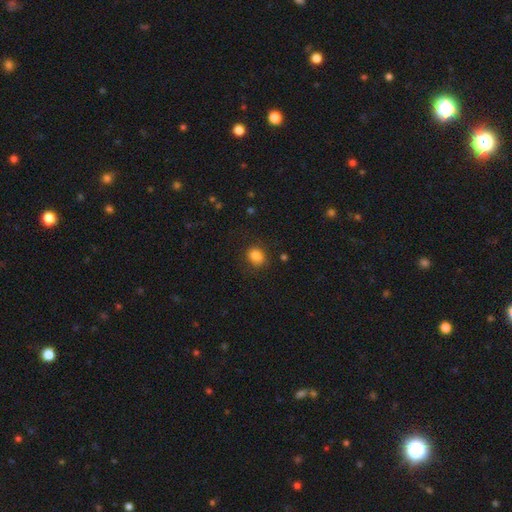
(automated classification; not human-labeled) Q: Smooth or featured?
A: smooth (84%); runner-up: star or artifact (11%)
Q: How rounded?
A: round (60%); runner-up: in between (39%)
Q: Merging?
A: none (80%); runner-up: minor disturbance (14%)